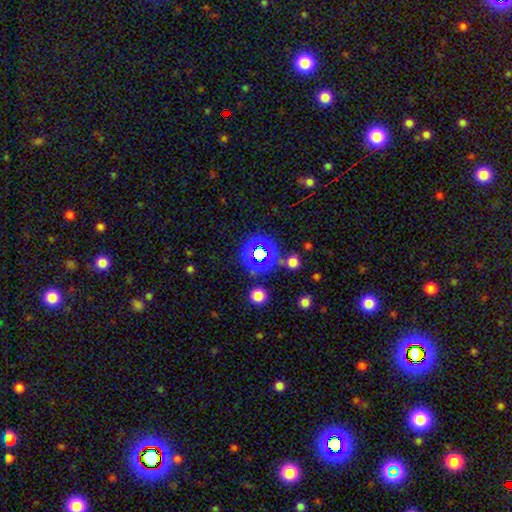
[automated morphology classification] This is likely a star or artifact rather than a galaxy (65%).